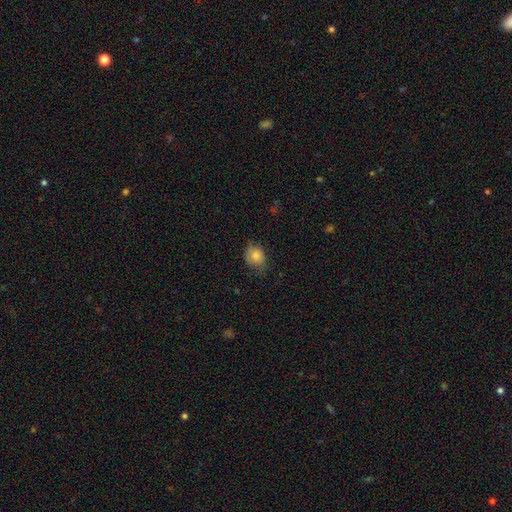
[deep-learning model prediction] Smooth or featured? smooth (83%)
How rounded? round (50%)
Merging? none (63%)